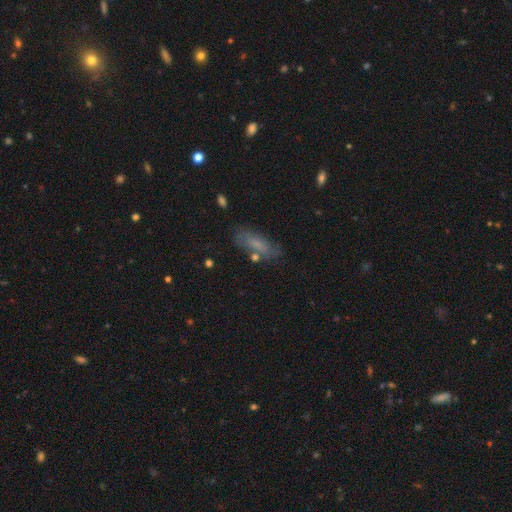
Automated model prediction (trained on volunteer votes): Q: Smooth or featured?
A: smooth (68%); runner-up: featured or disk (23%)
Q: How rounded?
A: in between (62%); runner-up: cigar-shaped (35%)
Q: Merging?
A: none (69%); runner-up: minor disturbance (19%)